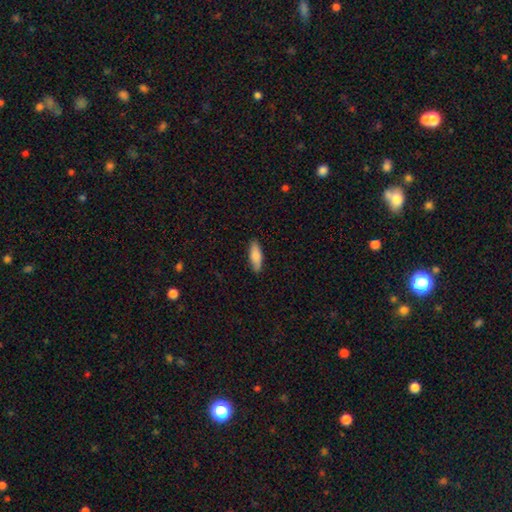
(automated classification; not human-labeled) Q: Smooth or featured?
A: smooth (83%); runner-up: featured or disk (11%)
Q: How rounded?
A: in between (59%); runner-up: cigar-shaped (39%)
Q: Merging?
A: none (86%); runner-up: minor disturbance (11%)